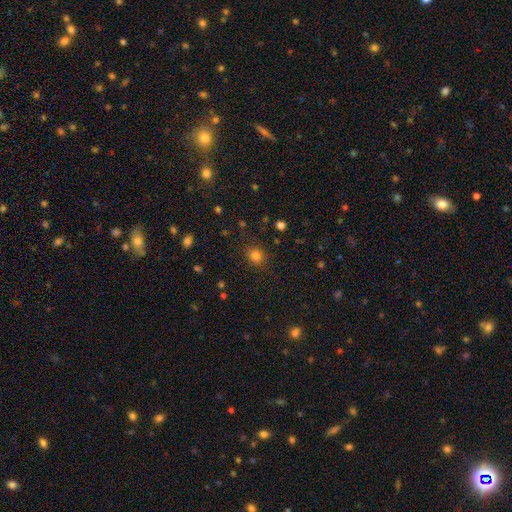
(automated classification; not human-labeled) Morphology: type=smooth (79%); roundness=round (67%); merging=none (85%).